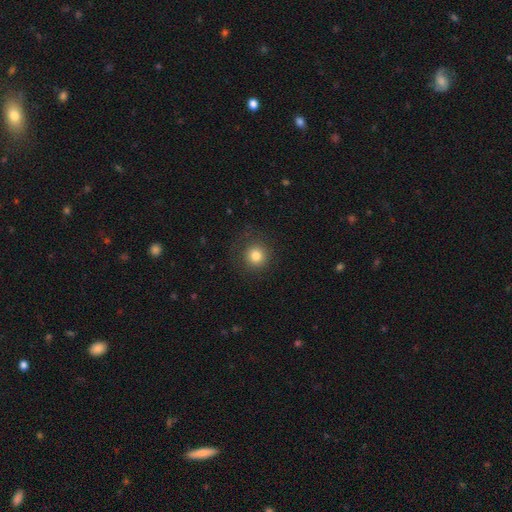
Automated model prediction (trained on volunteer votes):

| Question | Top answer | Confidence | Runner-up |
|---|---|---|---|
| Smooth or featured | smooth | 81% | star or artifact (12%) |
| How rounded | round | 93% | in between (6%) |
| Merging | none | 86% | minor disturbance (9%) |